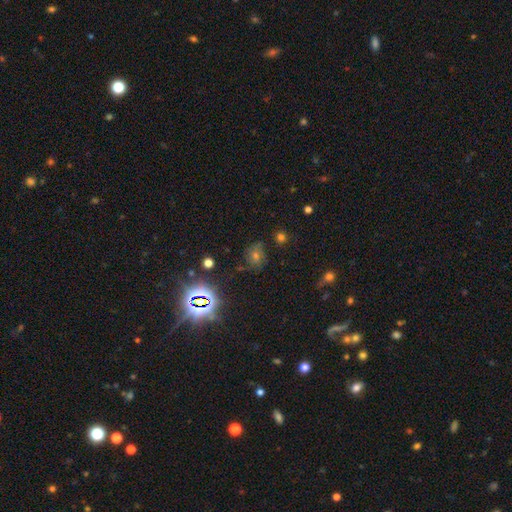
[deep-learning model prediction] smooth-or-featured: star or artifact: 49% | smooth: 30% | featured or disk: 21%